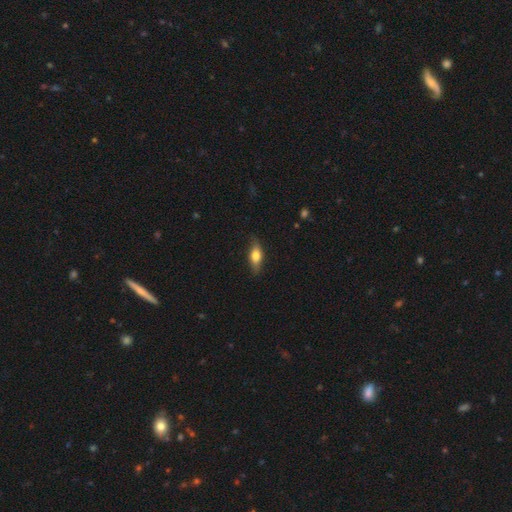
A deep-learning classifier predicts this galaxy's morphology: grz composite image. It shows a smooth galaxy with no disk features (64%) that is in between round and cigar-shaped (69%). Merging: none (81%).